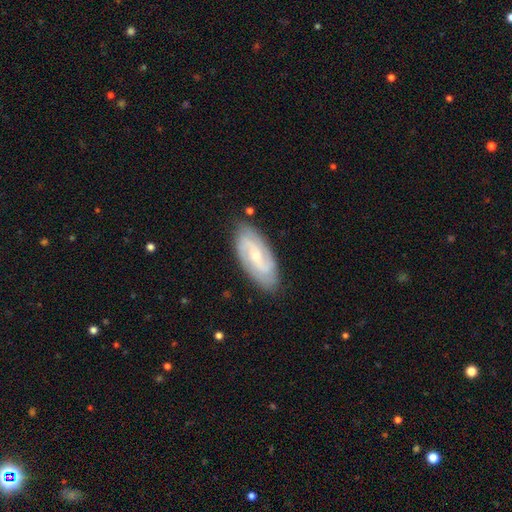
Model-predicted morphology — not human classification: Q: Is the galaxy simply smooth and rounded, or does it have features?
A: featured or disk — 78%.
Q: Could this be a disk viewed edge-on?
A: no — 94%.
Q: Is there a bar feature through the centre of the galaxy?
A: no — 46%.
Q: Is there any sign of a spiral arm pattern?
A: yes — 95%.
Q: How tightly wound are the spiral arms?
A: medium — 44%.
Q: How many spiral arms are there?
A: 2 — 67%.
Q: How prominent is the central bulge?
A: small — 66%.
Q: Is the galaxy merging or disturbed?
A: none — 84%.